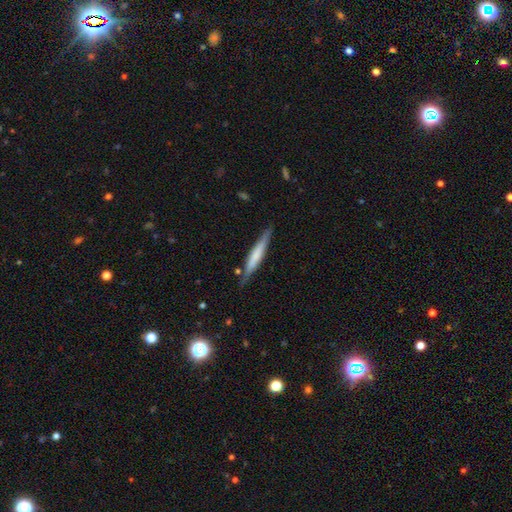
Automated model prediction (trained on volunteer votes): Overall: smooth (51%; featured or disk 44%). How rounded: cigar-shaped (94%). Merging: none (83%).